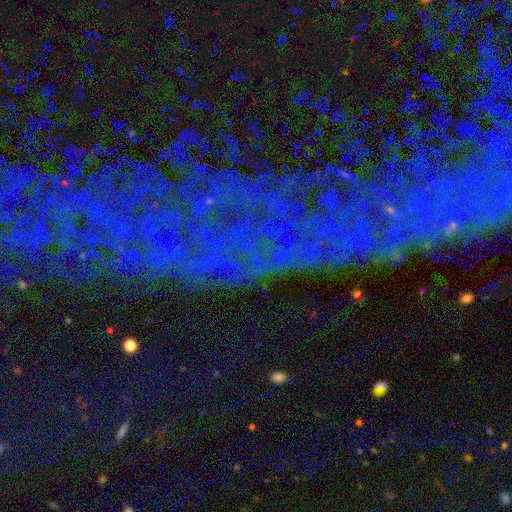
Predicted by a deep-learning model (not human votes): Q: Smooth or featured?
A: star or artifact (79%); runner-up: featured or disk (12%)